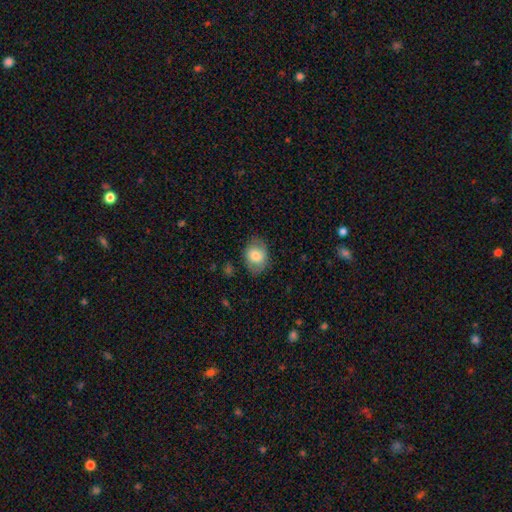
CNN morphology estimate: Smooth or featured? smooth (73%)
How rounded? in between (66%)
Merging? none (73%)